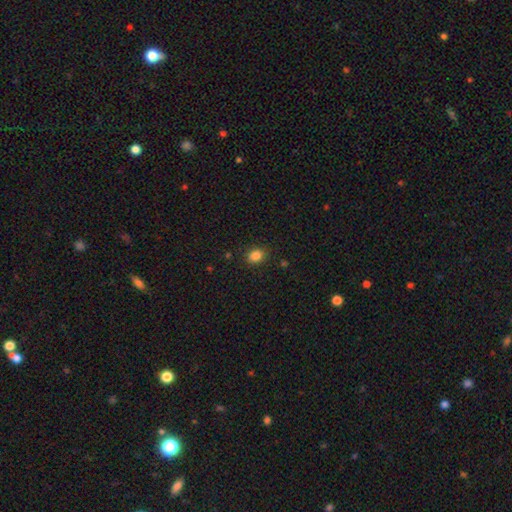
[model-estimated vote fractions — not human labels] Q: Smooth or featured?
A: smooth (85%); runner-up: star or artifact (11%)
Q: How rounded?
A: in between (59%); runner-up: round (40%)
Q: Merging?
A: none (87%); runner-up: minor disturbance (9%)